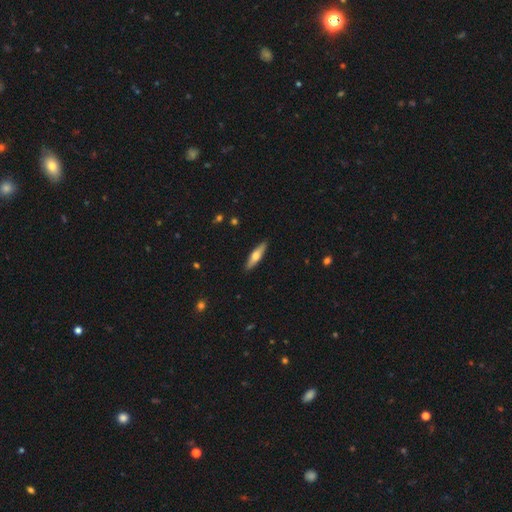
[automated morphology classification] type=smooth (49%); merging=none (91%).